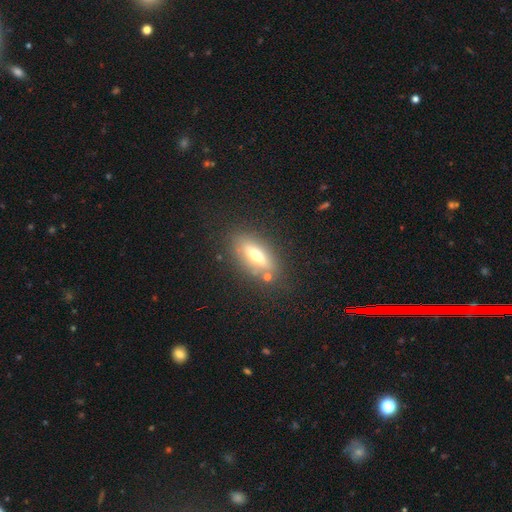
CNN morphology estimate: The model was most divided on "smooth or featured": smooth: 53%, featured or disk: 37%, star or artifact: 9%. More confident: merging — none (79%); how rounded — in between (66%).